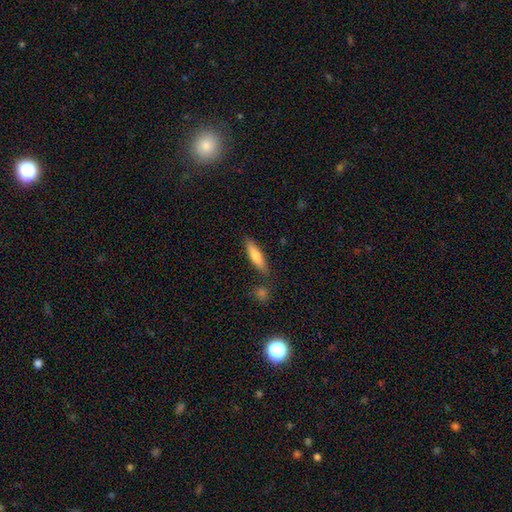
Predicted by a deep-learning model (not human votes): Smooth or featured: smooth — 74% (featured or disk — 20%)
How rounded: cigar-shaped — 72% (in between — 26%)
Merging: none — 81% (minor disturbance — 12%)